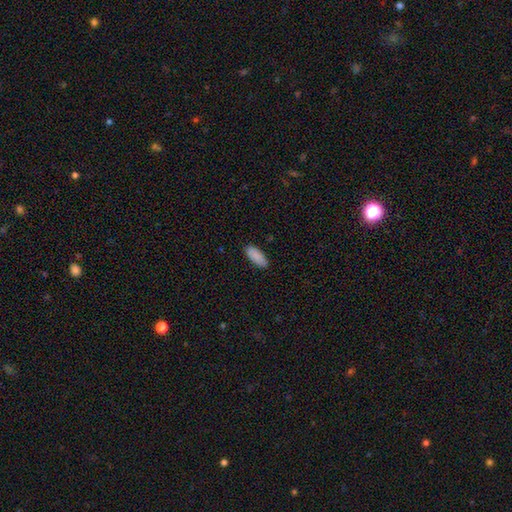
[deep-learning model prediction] Smooth or featured: smooth — 90% (star or artifact — 6%)
How rounded: in between — 81% (cigar-shaped — 18%)
Merging: none — 88% (minor disturbance — 10%)